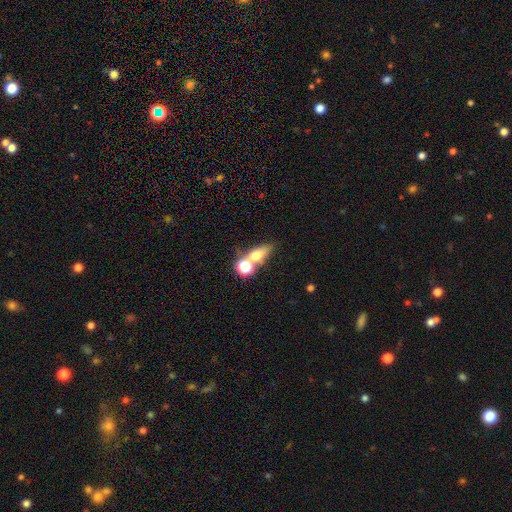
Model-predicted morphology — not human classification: smooth 67%, featured or disk 22%, star or artifact 11%. Down the decision tree: how rounded — in between (52%); merging — merger (58%).